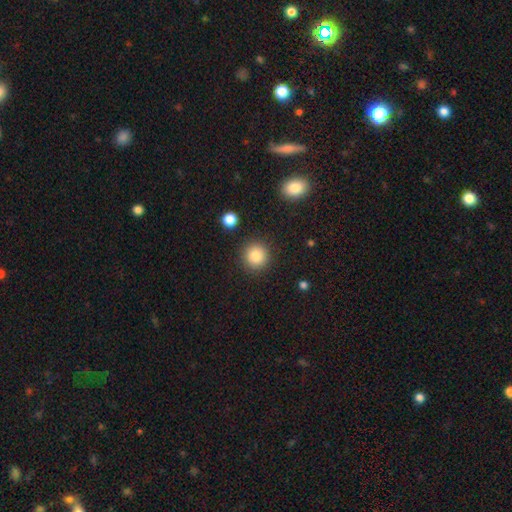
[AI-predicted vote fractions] smooth-or-featured: smooth: 85% | star or artifact: 10% | featured or disk: 5%
  how-rounded: round: 94% | in between: 6% | cigar-shaped: 1%
  merging: none: 90% | minor disturbance: 6% | major disturbance: 3% | merger: 2%